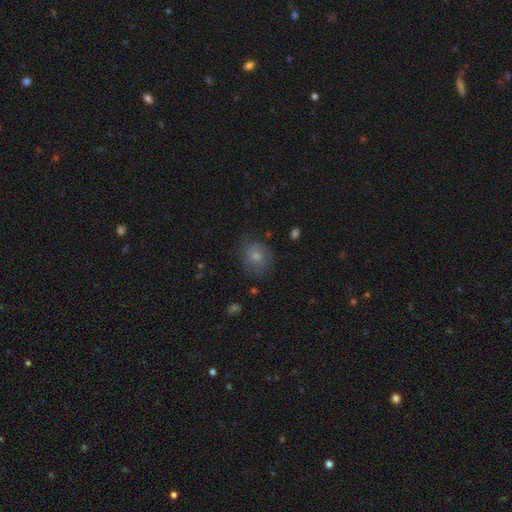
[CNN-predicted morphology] type=smooth (73%); roundness=round (69%); merging=none (68%).